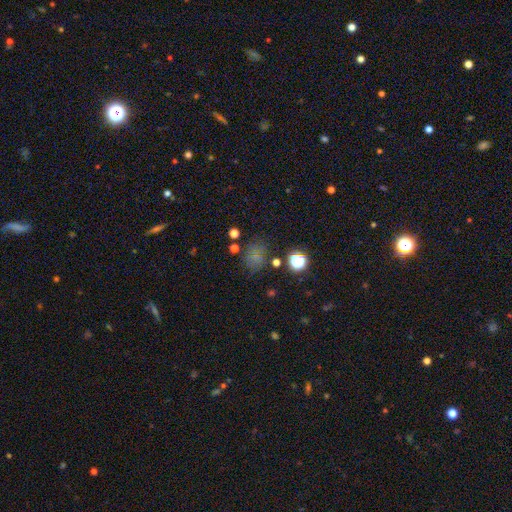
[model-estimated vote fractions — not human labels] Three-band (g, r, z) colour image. It shows a smooth galaxy with no disk features (55%) that is round (68%). Merging: none (72%).